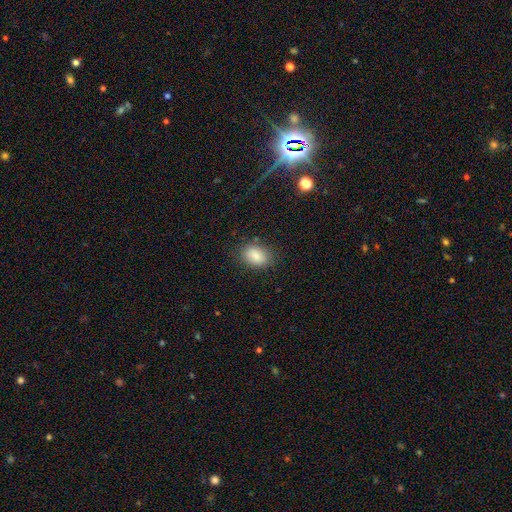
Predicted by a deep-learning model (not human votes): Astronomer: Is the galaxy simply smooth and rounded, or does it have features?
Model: smooth — 86%.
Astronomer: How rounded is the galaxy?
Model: in between — 82%.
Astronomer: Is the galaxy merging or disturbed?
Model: none — 82%.